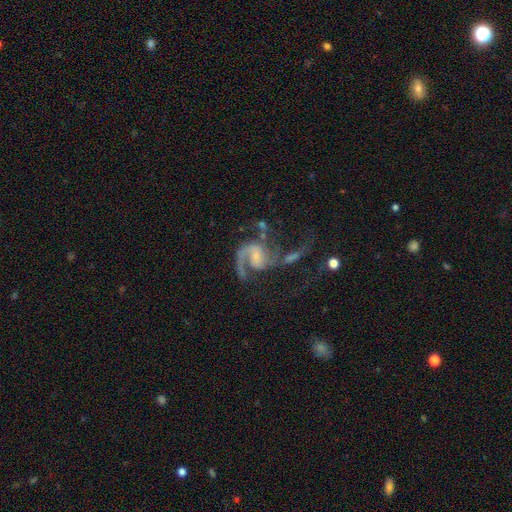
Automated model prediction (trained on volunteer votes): smooth_or_featured: featured or disk (p=0.87) [alt: smooth p=0.07]
disk_edge_on: no (p=0.98) [alt: yes p=0.02]
bar: no (p=0.51) [alt: weak p=0.38]
has_spiral_arms: yes (p=0.96) [alt: no p=0.04]
spiral_winding: medium (p=0.50) [alt: loose p=0.34]
spiral_arm_count: 2 (p=0.61) [alt: 1 p=0.25]
bulge_size: small (p=0.49) [alt: moderate p=0.29]
merging: none (p=0.35) [alt: major disturbance p=0.33]